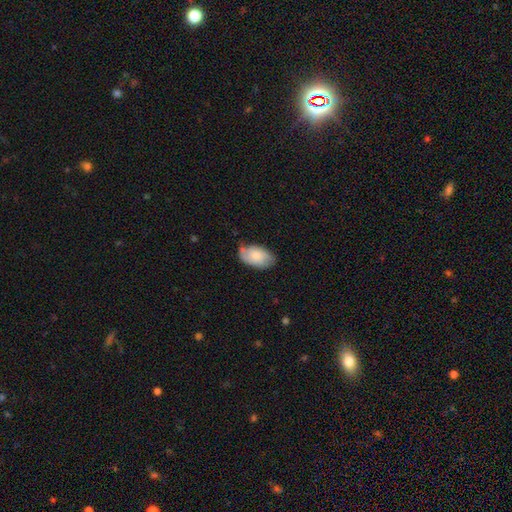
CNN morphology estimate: A smooth galaxy with no disk features (68%) that is in between round and cigar-shaped (94%).

Vote fractions:
- Smooth or featured? smooth: 68% / featured or disk: 26% / star or artifact: 7%
- How rounded? in between: 94% / round: 5% / cigar-shaped: 1%
- Merging? none: 61% / minor disturbance: 30% / major disturbance: 6% / merger: 3%